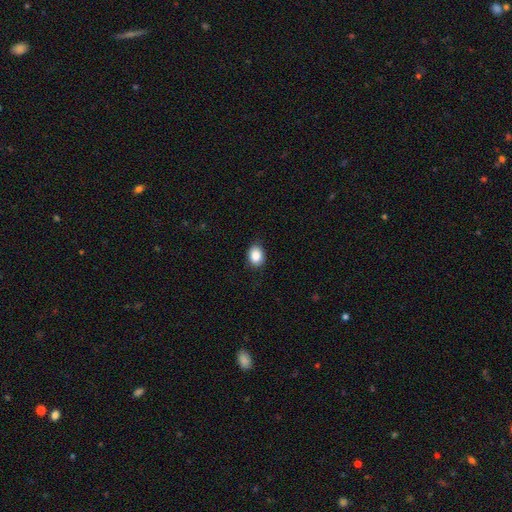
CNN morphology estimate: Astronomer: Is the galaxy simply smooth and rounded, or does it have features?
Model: smooth — 87%.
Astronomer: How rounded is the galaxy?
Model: in between — 61% (runner-up: round, 38%).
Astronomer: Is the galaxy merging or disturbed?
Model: none — 84%.